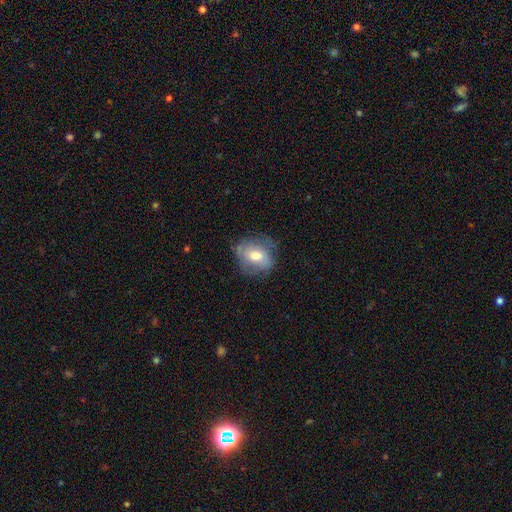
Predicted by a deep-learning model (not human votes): The model was most divided on "how rounded": round: 53%, in between: 46%, cigar-shaped: 1%. More confident: merging — none (64%); smooth or featured — smooth (55%).